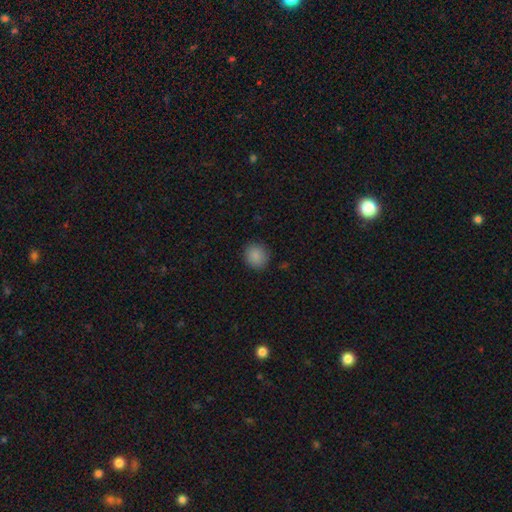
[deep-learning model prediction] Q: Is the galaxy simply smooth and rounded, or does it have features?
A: smooth — 87%.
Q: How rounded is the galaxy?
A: round — 85%.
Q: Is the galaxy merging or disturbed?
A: none — 89%.